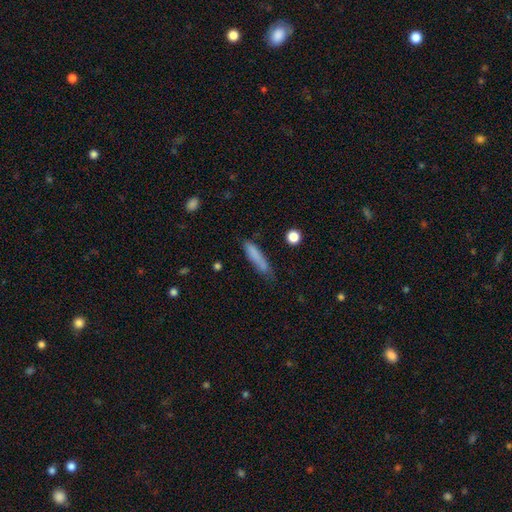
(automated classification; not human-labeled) A smooth galaxy with no disk features (79%) that is cigar-shaped (86%). Merging: none (67%).